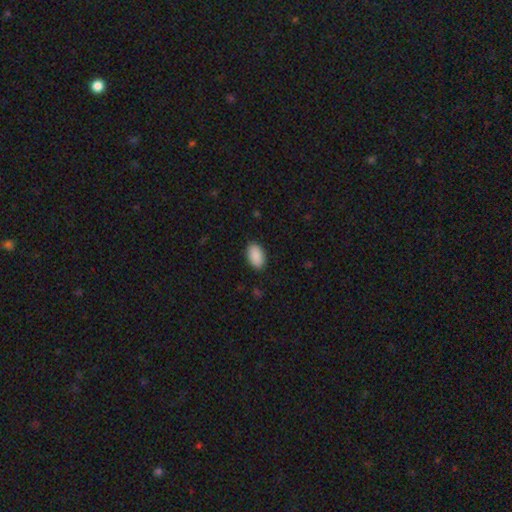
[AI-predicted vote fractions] Morphology: type=smooth (91%); roundness=in between (94%); merging=none (88%).